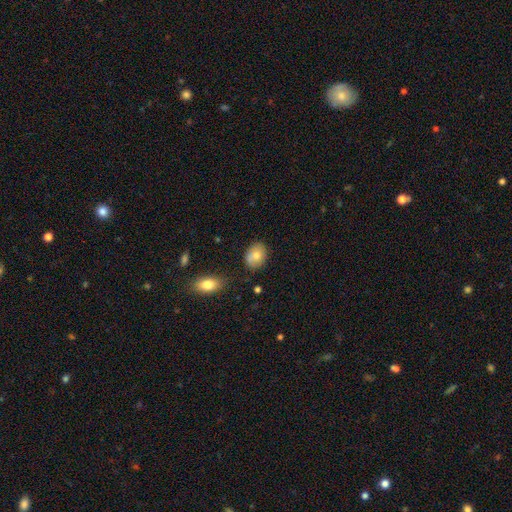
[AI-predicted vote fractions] Overall: smooth (80%). How rounded: in between (65%; round 34%). Merging: none (79%).